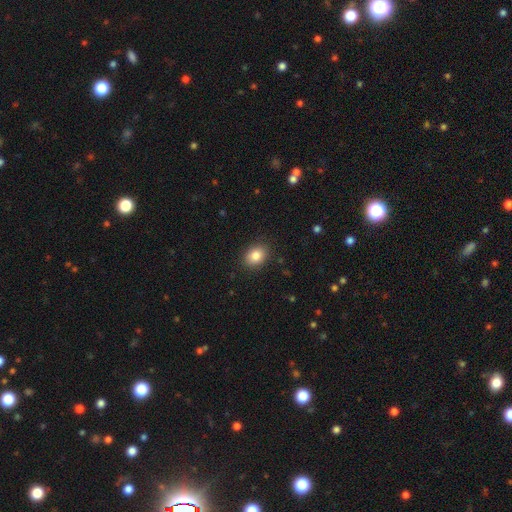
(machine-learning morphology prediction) Smooth or featured?
  - smooth: 84% *
  - star or artifact: 9%
  - featured or disk: 6%
How rounded?
  - in between: 59% *
  - round: 40%
  - cigar-shaped: 1%
Merging?
  - none: 88% *
  - minor disturbance: 8%
  - major disturbance: 2%
  - merger: 1%